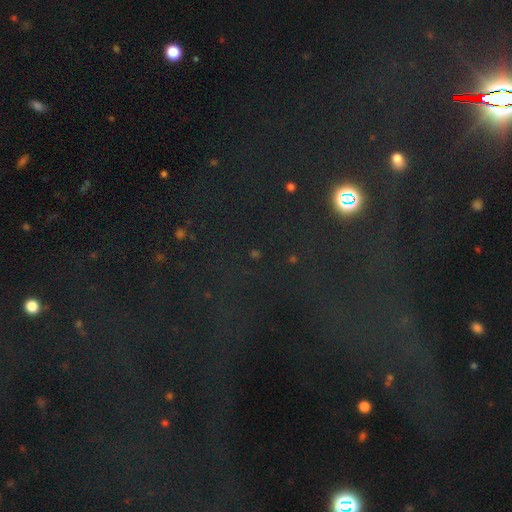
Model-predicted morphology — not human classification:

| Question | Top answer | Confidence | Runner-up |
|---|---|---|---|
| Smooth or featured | star or artifact | 74% | smooth (17%) |